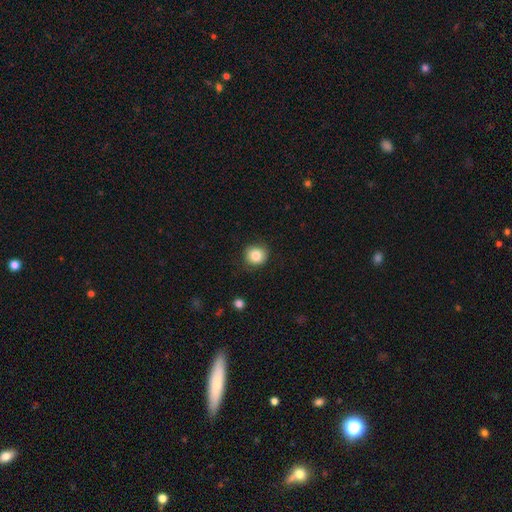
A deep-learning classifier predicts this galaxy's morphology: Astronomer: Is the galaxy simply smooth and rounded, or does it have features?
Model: smooth — 84%.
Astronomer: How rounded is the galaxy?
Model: round — 88%.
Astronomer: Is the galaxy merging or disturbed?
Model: none — 85%.